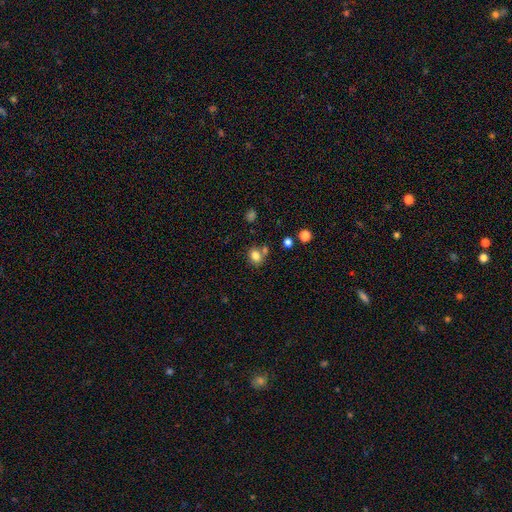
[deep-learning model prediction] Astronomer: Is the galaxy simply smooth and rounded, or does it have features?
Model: smooth — 80%.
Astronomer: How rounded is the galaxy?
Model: in between — 51% (runner-up: round, 48%).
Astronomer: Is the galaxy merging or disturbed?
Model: none — 60%.